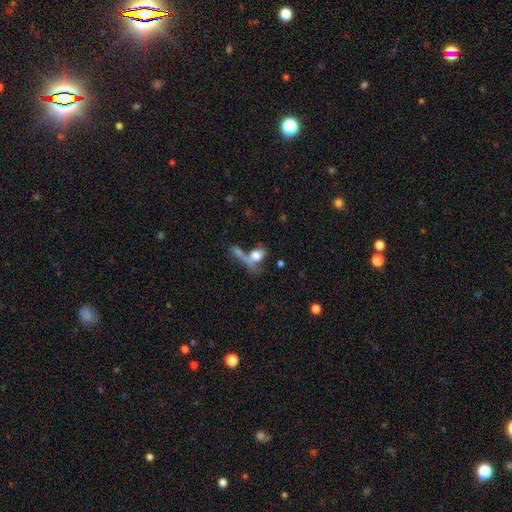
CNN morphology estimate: Smooth or featured? Predicted: smooth (p=0.68). How rounded? Predicted: in between (p=0.62). Merging? Predicted: merger (p=0.46).